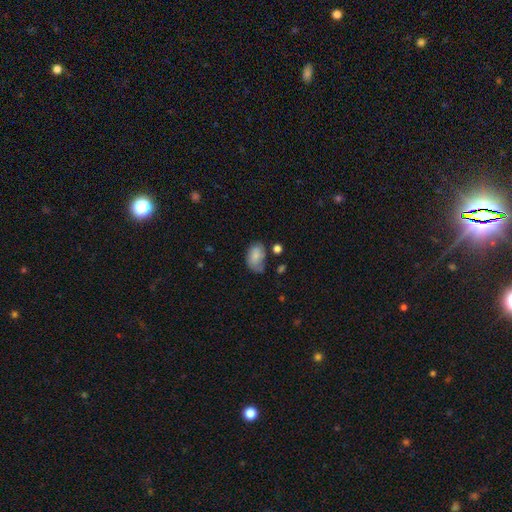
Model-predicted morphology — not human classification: Smooth or featured? Predicted: smooth (p=0.78). How rounded? Predicted: in between (p=0.88). Merging? Predicted: none (p=0.46).